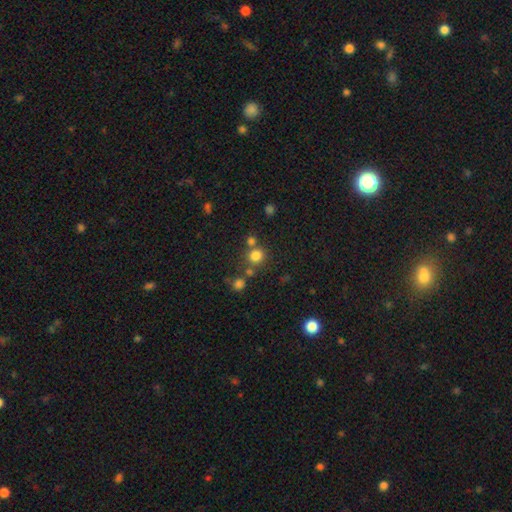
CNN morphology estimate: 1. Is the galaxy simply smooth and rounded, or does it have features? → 78% smooth, 16% star or artifact, 6% featured or disk.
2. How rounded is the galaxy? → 88% round, 11% in between, 1% cigar-shaped.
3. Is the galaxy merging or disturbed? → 69% none, 19% merger, 8% minor disturbance, 4% major disturbance.